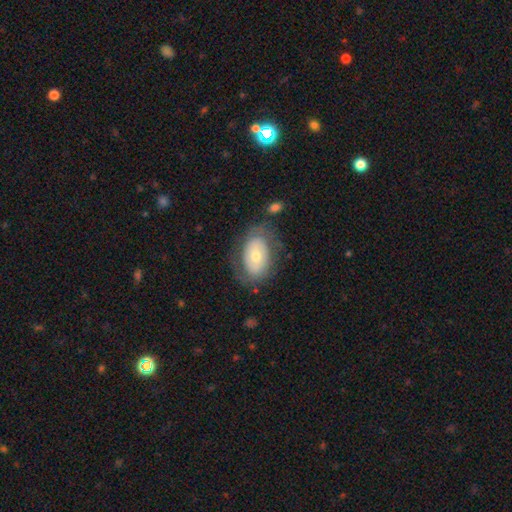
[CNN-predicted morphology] This appears to be a featured or disk galaxy (47%). Merging: none (67%).